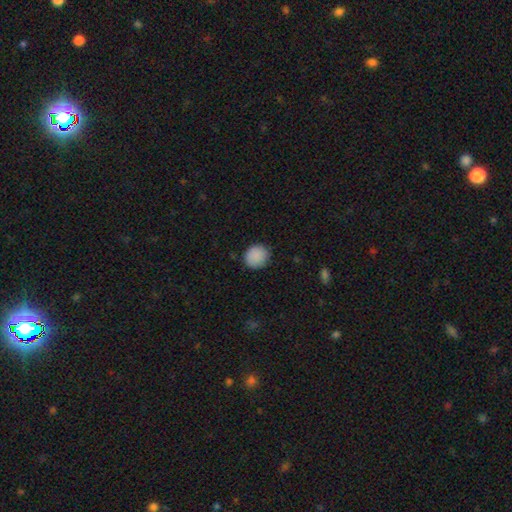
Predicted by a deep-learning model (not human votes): Q: Smooth or featured?
A: smooth (89%); runner-up: star or artifact (8%)
Q: How rounded?
A: round (82%); runner-up: in between (17%)
Q: Merging?
A: none (87%); runner-up: minor disturbance (10%)